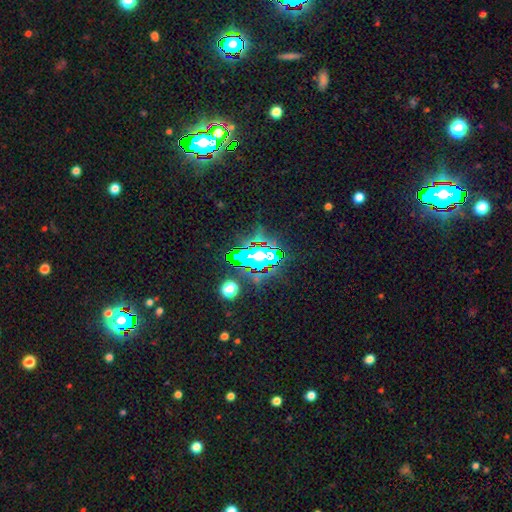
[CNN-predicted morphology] This appears to be a star or artifact, not a galaxy (84%).